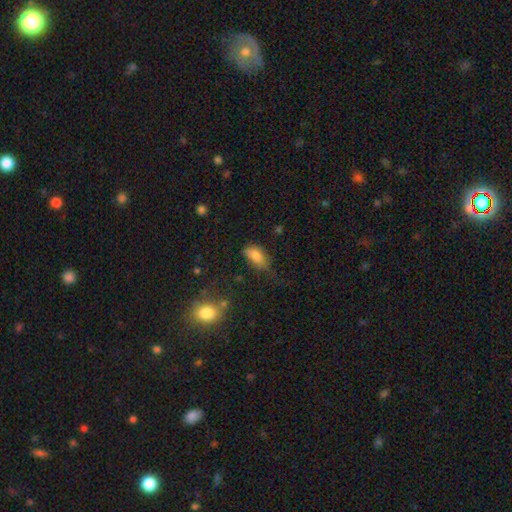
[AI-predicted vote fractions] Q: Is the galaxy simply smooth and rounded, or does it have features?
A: smooth — 81%.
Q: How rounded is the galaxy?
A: in between — 89%.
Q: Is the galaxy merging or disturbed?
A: none — 46%.